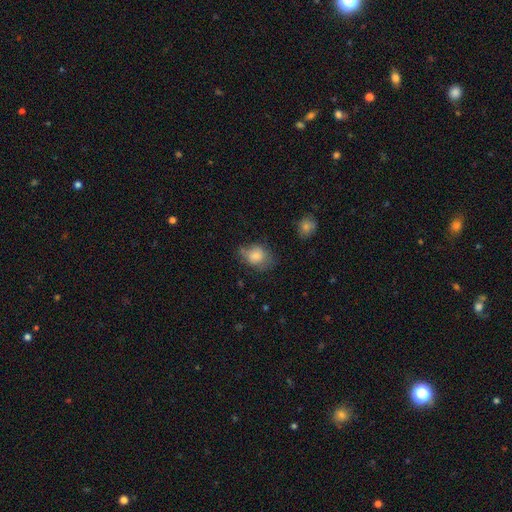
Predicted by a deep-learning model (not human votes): smooth_or_featured: smooth (p=0.78) [alt: featured or disk p=0.13]
how_rounded: in between (p=0.58) [alt: round p=0.41]
merging: none (p=0.51) [alt: minor disturbance p=0.32]